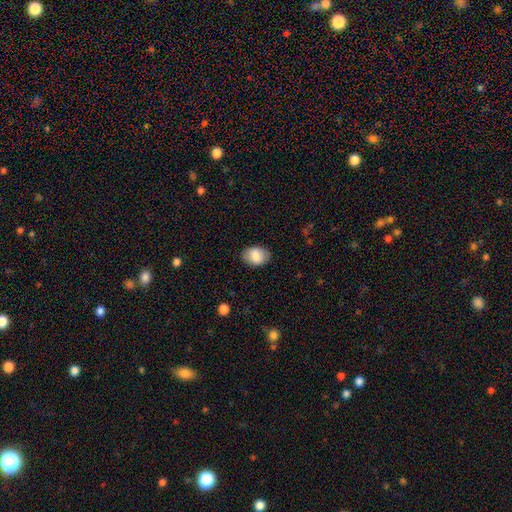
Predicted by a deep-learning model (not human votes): smooth 82%, featured or disk 12%, star or artifact 7%. Down the decision tree: how rounded — in between (80%); merging — none (84%).